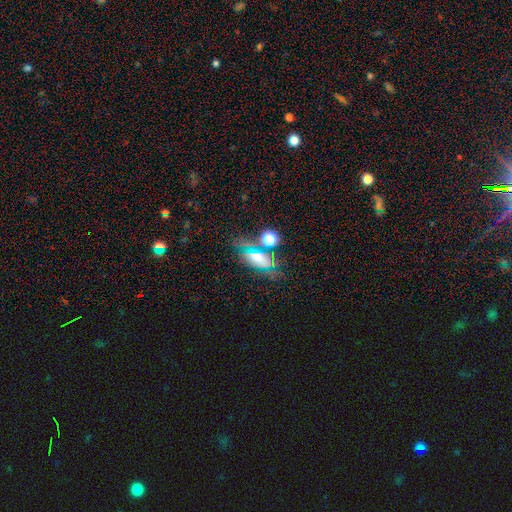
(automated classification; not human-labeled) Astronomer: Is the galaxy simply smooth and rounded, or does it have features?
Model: smooth — 48% (runner-up: star or artifact, 30%).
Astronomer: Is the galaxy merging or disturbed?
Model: none — 62%.